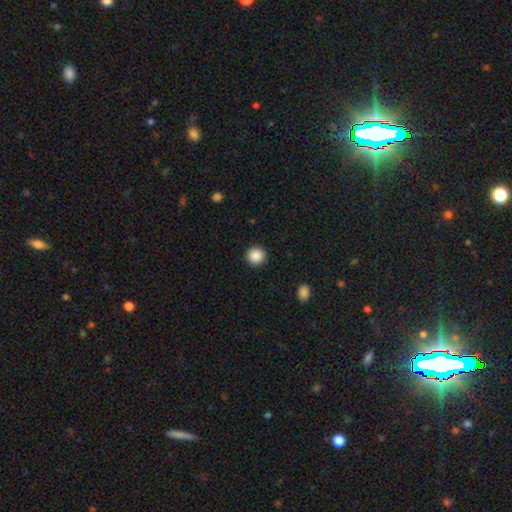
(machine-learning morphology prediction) Smooth or featured?
  - smooth: 88% *
  - star or artifact: 9%
  - featured or disk: 3%
How rounded?
  - round: 94% *
  - in between: 5%
  - cigar-shaped: 1%
Merging?
  - none: 92% *
  - minor disturbance: 5%
  - major disturbance: 2%
  - merger: 1%